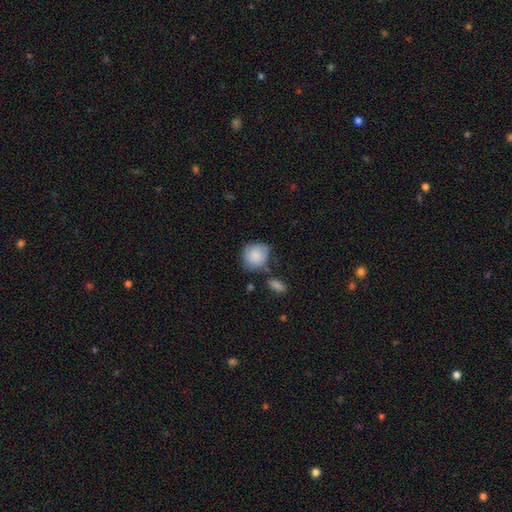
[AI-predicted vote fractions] This appears to be a smooth galaxy with no disk features (84%) that is round (74%). Merging: none (56%).